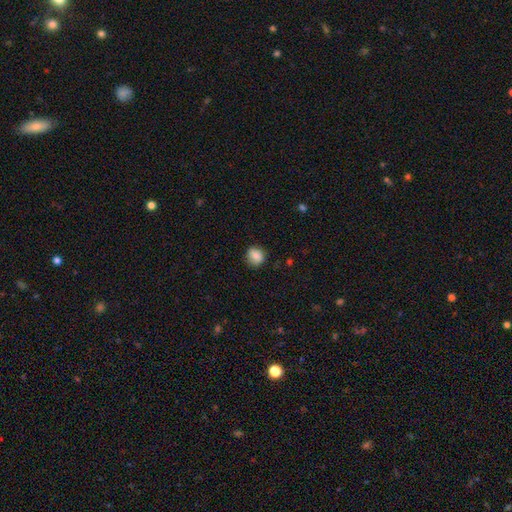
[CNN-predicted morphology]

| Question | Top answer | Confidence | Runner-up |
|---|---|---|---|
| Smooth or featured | smooth | 85% | star or artifact (8%) |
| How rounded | round | 74% | in between (25%) |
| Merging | none | 80% | minor disturbance (15%) |